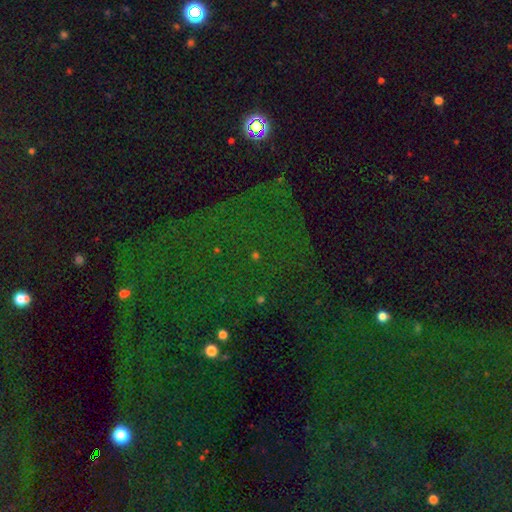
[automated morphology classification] Smooth or featured? Predicted: star or artifact (p=0.71).